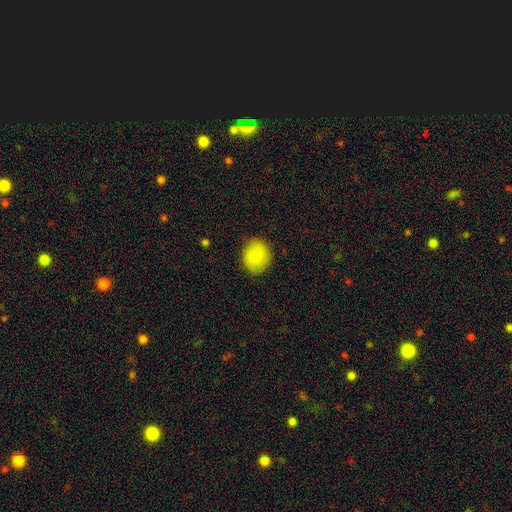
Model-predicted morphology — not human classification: A smooth galaxy with no disk features (84%) that is round (70%). Merging: none (83%).